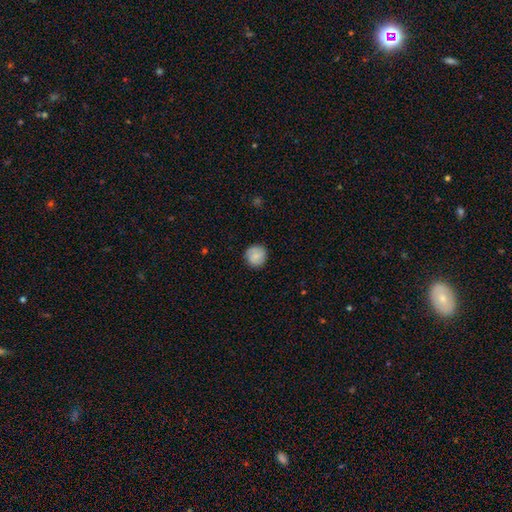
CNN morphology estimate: Smooth or featured? Predicted: smooth (p=0.80). How rounded? Predicted: round (p=0.94). Merging? Predicted: none (p=0.87).